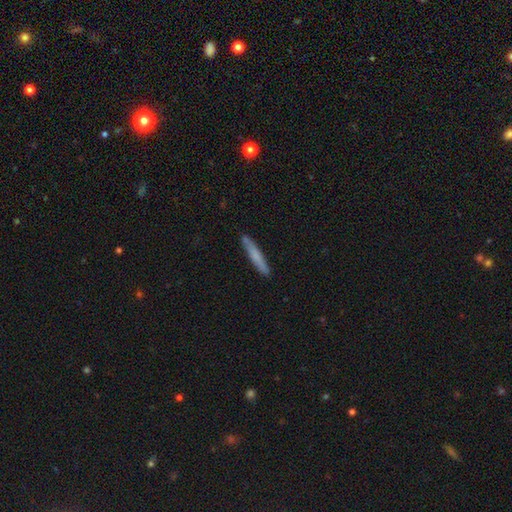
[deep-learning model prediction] Smooth or featured: smooth — 67% (featured or disk — 26%)
How rounded: cigar-shaped — 95% (in between — 4%)
Merging: none — 87% (minor disturbance — 10%)